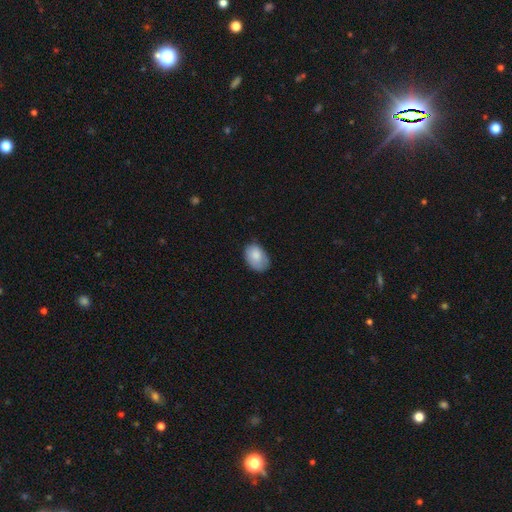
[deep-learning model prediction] This is clearly a smooth galaxy (83%). How rounded: clearly in between (83%). Merging: likely none (64%).